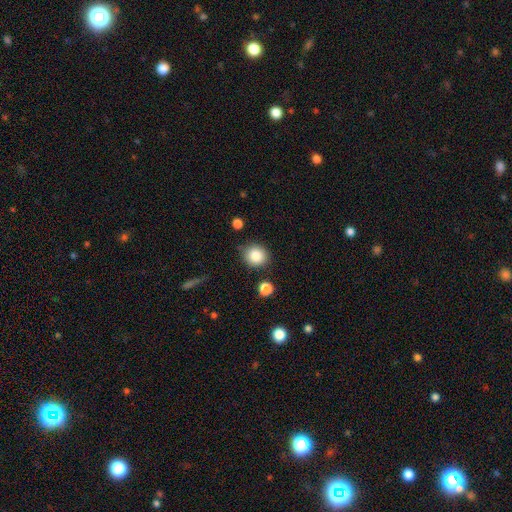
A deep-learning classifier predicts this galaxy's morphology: smooth-or-featured: smooth: 85% | star or artifact: 9% | featured or disk: 6%
  how-rounded: round: 84% | in between: 15% | cigar-shaped: 1%
  merging: none: 82% | minor disturbance: 12% | merger: 4% | major disturbance: 3%